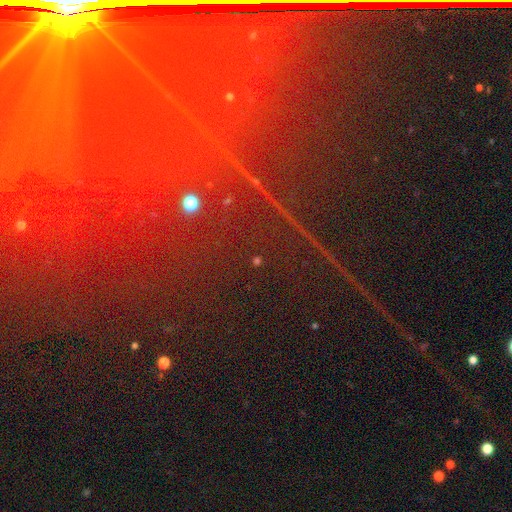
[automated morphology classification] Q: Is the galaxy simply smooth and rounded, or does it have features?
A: star or artifact — 83%.